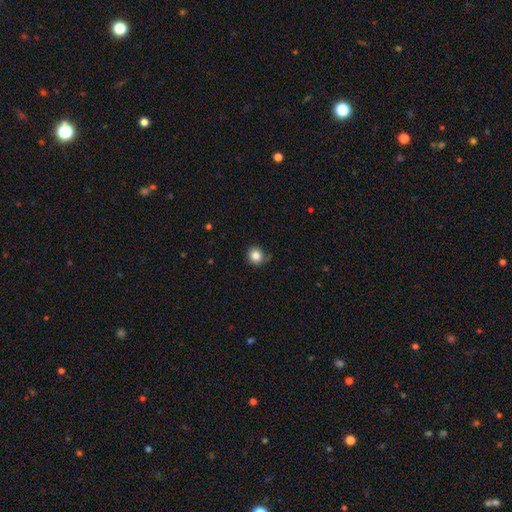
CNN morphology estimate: Smooth or featured?
  - smooth: 84% *
  - star or artifact: 11%
  - featured or disk: 5%
How rounded?
  - round: 92% *
  - in between: 7%
  - cigar-shaped: 1%
Merging?
  - none: 81% *
  - minor disturbance: 14%
  - major disturbance: 3%
  - merger: 2%